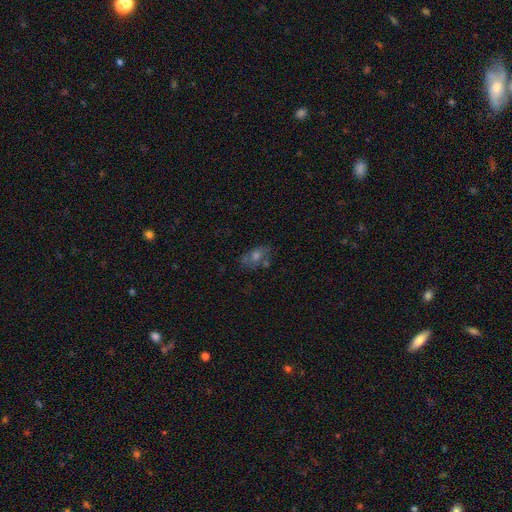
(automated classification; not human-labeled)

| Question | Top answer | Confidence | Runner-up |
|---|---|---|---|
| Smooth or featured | smooth | 43% | featured or disk (36%) |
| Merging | none | 64% | minor disturbance (19%) |